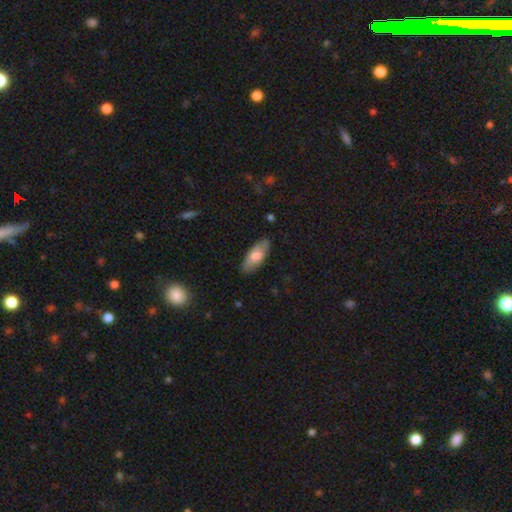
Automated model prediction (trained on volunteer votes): smooth 71%, featured or disk 24%, star or artifact 5%. Down the decision tree: how rounded — in between (82%); merging — none (85%).